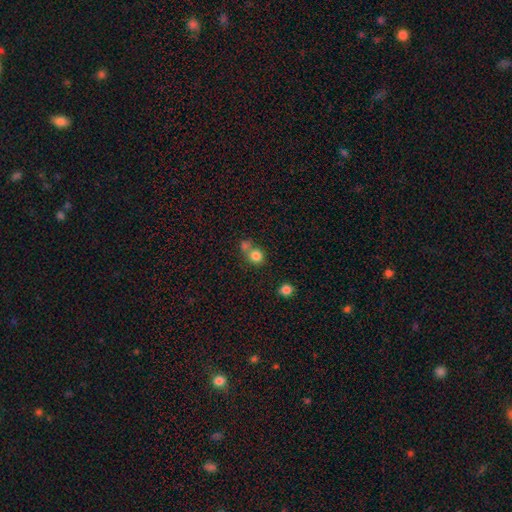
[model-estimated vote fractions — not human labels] The model was most divided on "merging": none: 49%, merger: 40%, minor disturbance: 8%, major disturbance: 3%. More confident: how rounded — round (85%); smooth or featured — smooth (81%).